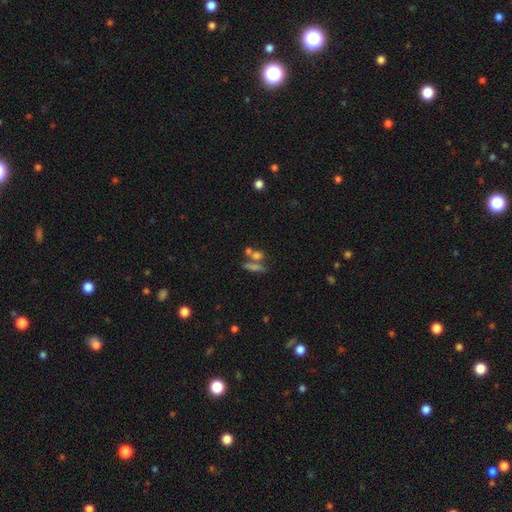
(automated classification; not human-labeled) A smooth galaxy with no disk features (62%) that is in between round and cigar-shaped (40%). Merging: none (48%).